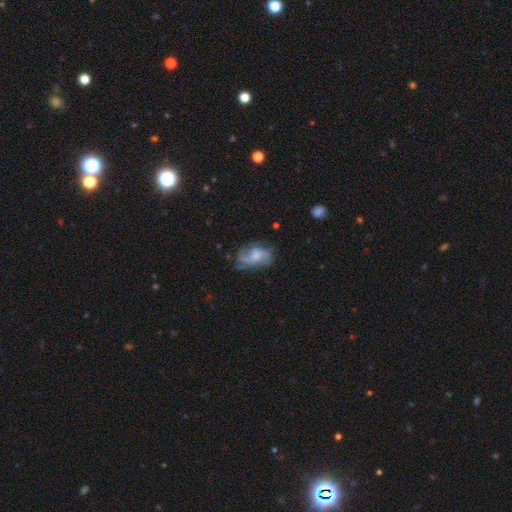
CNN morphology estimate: smooth-or-featured: featured or disk: 61% | smooth: 30% | star or artifact: 8%
  disk-edge-on: no: 97% | yes: 3%
    bar: no: 64% | weak: 31% | strong: 6%
    has-spiral-arms: yes: 81% | no: 19%
    bulge-size: small: 48% | moderate: 36% | none: 11% | large: 4% | dominant: 1%
  merging: none: 48% | minor disturbance: 27% | major disturbance: 22% | merger: 3%